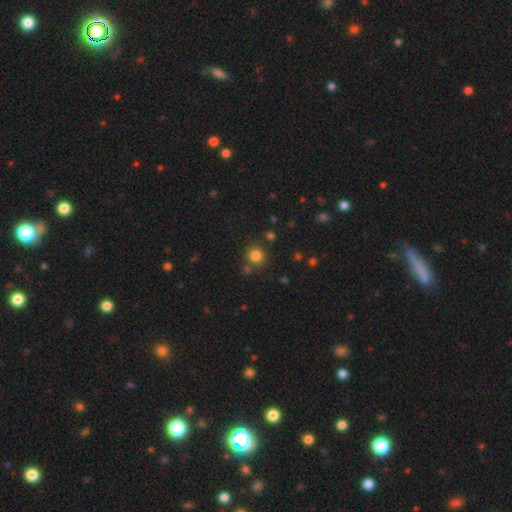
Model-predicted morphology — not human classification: smooth-or-featured: smooth: 82% | star or artifact: 13% | featured or disk: 5%
  how-rounded: round: 88% | in between: 11% | cigar-shaped: 1%
  merging: none: 79% | minor disturbance: 9% | merger: 8% | major disturbance: 4%